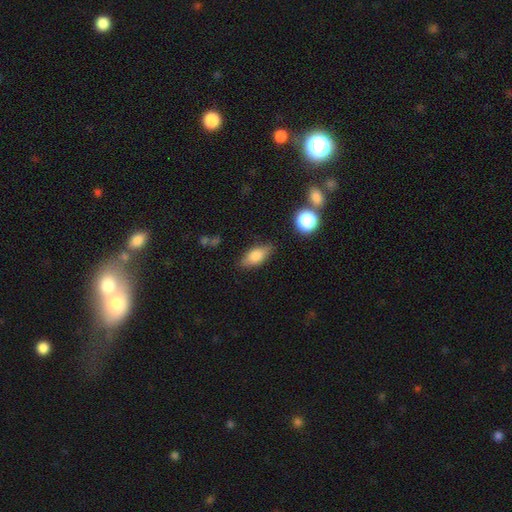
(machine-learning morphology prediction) type=smooth (76%); roundness=in between (82%); merging=none (77%).